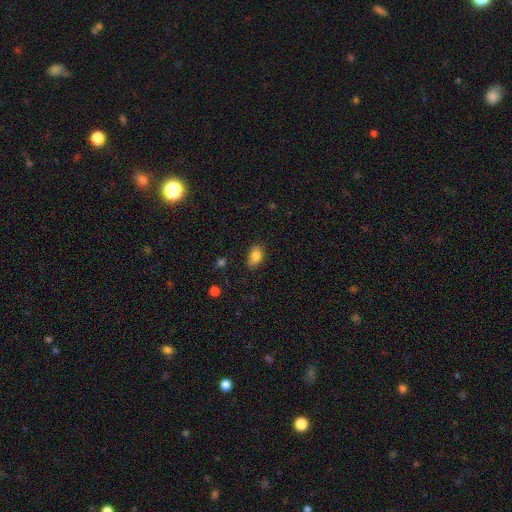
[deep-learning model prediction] A smooth galaxy with no disk features (83%) that is in between round and cigar-shaped (82%).

Vote fractions:
- Smooth or featured? smooth: 83% / star or artifact: 9% / featured or disk: 8%
- How rounded? in between: 82% / round: 16% / cigar-shaped: 2%
- Merging? none: 64% / minor disturbance: 28% / major disturbance: 6% / merger: 3%